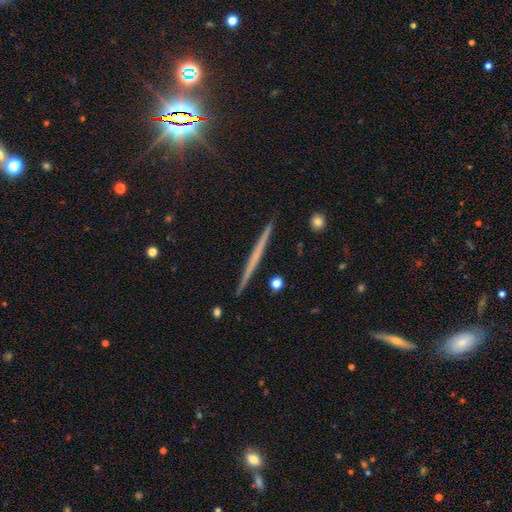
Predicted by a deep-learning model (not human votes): smooth_or_featured: featured or disk (p=0.60) [alt: smooth p=0.27]
disk_edge_on: yes (p=0.98) [alt: no p=0.02]
edge_on_bulge: none (p=0.80) [alt: rounded p=0.15]
merging: none (p=0.92) [alt: minor disturbance p=0.06]